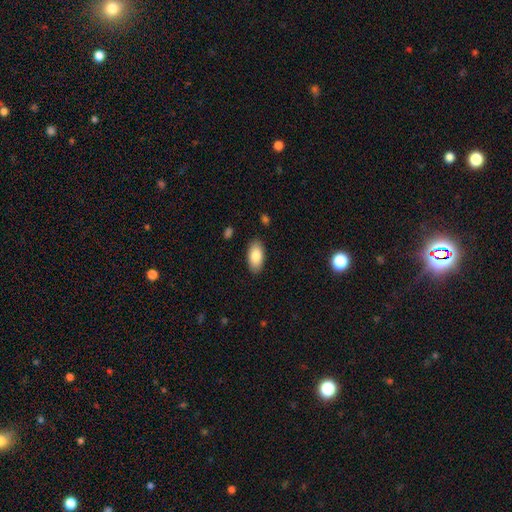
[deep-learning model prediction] A smooth galaxy with no disk features (84%) that is in between round and cigar-shaped (94%).

Vote fractions:
- Smooth or featured? smooth: 84% / featured or disk: 9% / star or artifact: 6%
- How rounded? in between: 94% / cigar-shaped: 4% / round: 3%
- Merging? none: 87% / minor disturbance: 9% / major disturbance: 2% / merger: 1%